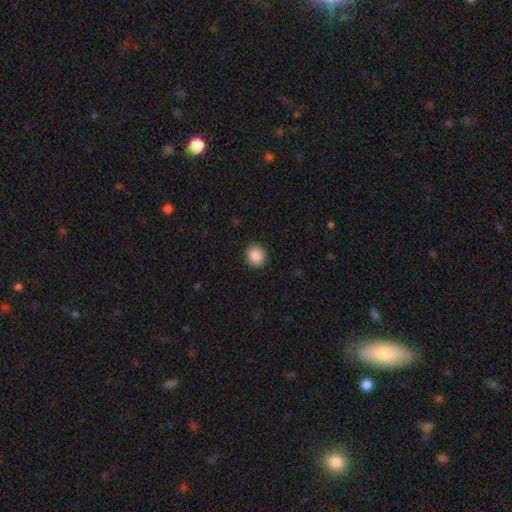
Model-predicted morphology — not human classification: Smooth or featured? smooth (88%)
How rounded? round (76%)
Merging? none (91%)